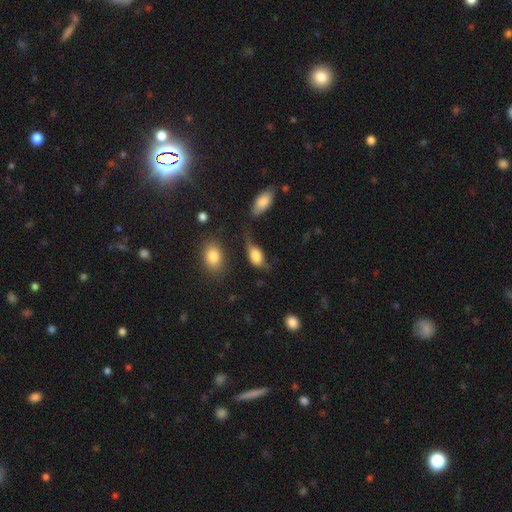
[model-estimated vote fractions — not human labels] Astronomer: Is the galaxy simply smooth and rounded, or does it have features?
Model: smooth — 74%.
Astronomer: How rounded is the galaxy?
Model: in between — 86%.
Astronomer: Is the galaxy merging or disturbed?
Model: none — 34% (runner-up: minor disturbance, 33%).